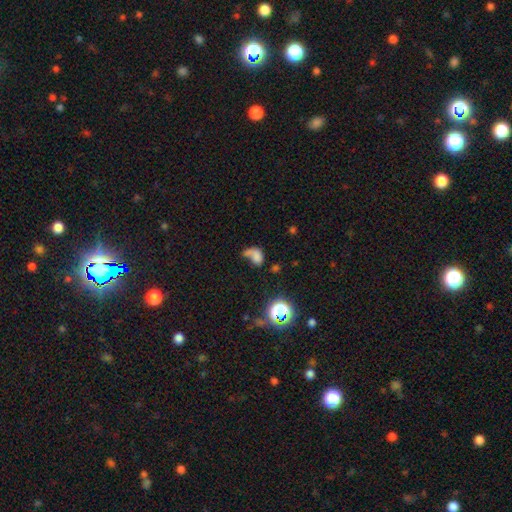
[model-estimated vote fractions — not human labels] Smooth or featured? smooth (61%)
How rounded? in between (71%)
Merging? major disturbance (31%)